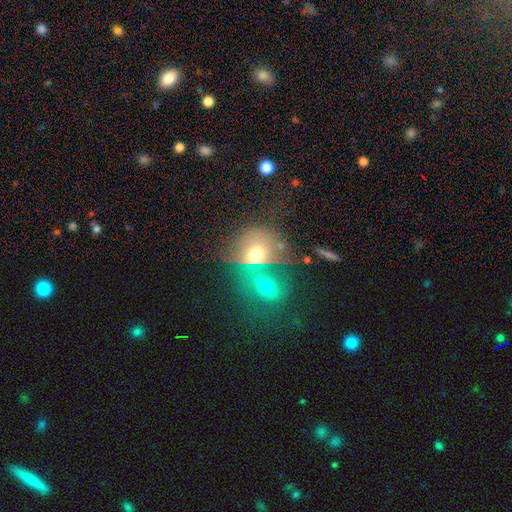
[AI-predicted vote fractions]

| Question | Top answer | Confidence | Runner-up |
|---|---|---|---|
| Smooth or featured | smooth | 59% | featured or disk (27%) |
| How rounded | round | 60% | in between (38%) |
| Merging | merger | 53% | none (25%) |